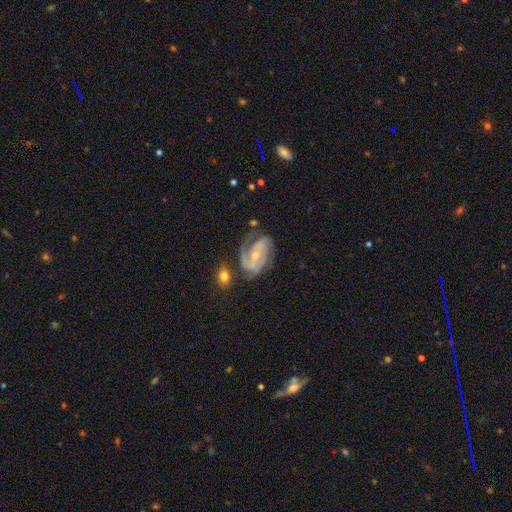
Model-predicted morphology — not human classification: featured or disk 88%, smooth 7%, star or artifact 6%. Down the decision tree: edge-on disk — no (97%); bar — no (47%); spiral arms — yes (97%); spiral arm count — 2 (49%); spiral winding — tight (51%); bulge size — small (60%); merging — none (58%).